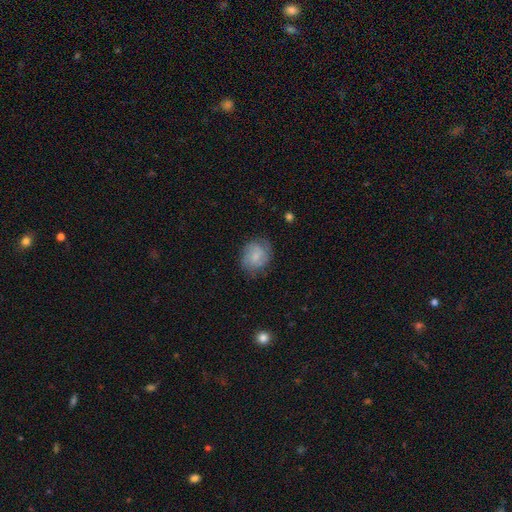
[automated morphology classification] Smooth or featured? smooth (59%)
How rounded? round (66%)
Merging? none (71%)